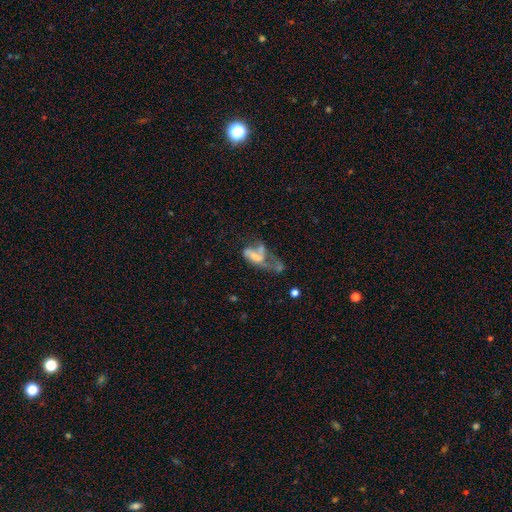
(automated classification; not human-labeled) The model was most divided on "smooth or featured": featured or disk: 52%, smooth: 36%, star or artifact: 13%. Remaining: edge-on disk — no (95%); merging — major disturbance (46%).